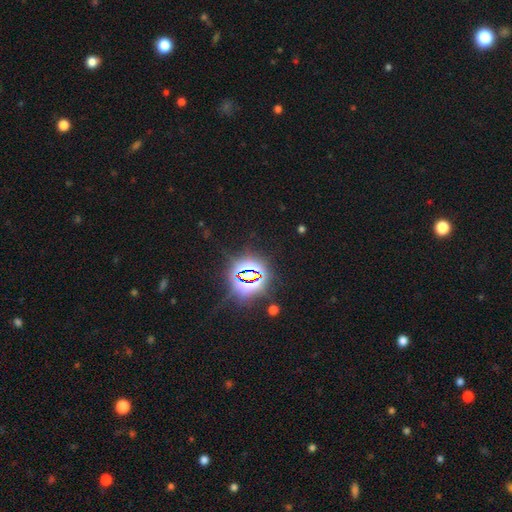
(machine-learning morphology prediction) This is clearly a star or artifact rather than a galaxy (80%).